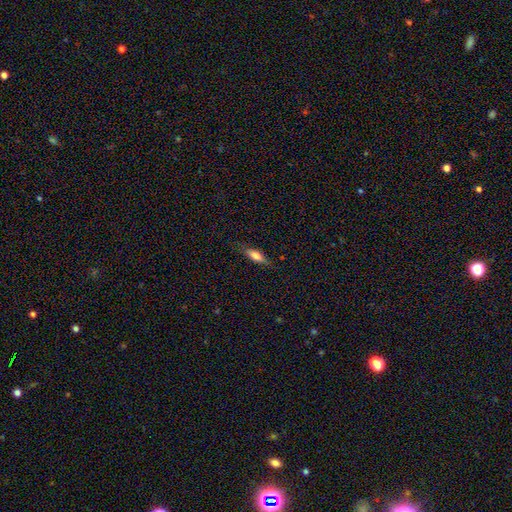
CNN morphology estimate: A smooth galaxy with no disk features (64%) that is cigar-shaped (51%). Merging: none (77%).